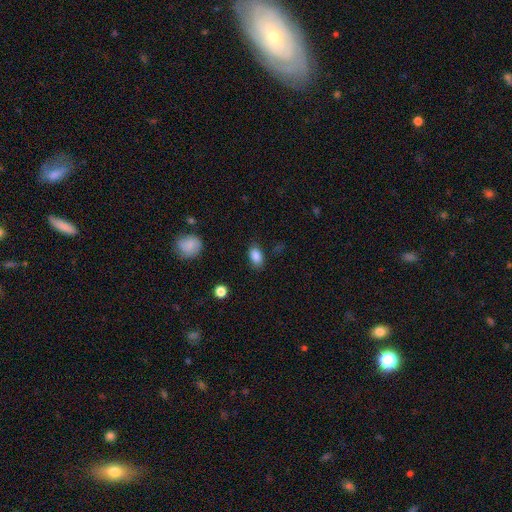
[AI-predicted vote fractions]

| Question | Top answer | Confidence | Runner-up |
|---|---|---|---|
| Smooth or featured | smooth | 87% | star or artifact (8%) |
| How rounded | in between | 89% | round (9%) |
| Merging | none | 80% | minor disturbance (14%) |